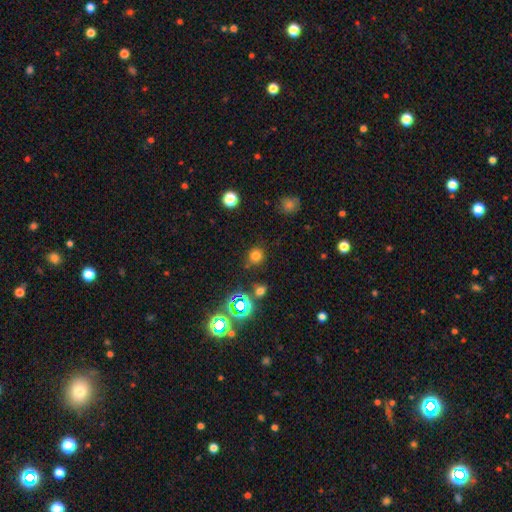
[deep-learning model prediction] Morphology: type=smooth (72%); roundness=round (89%); merging=none (82%).